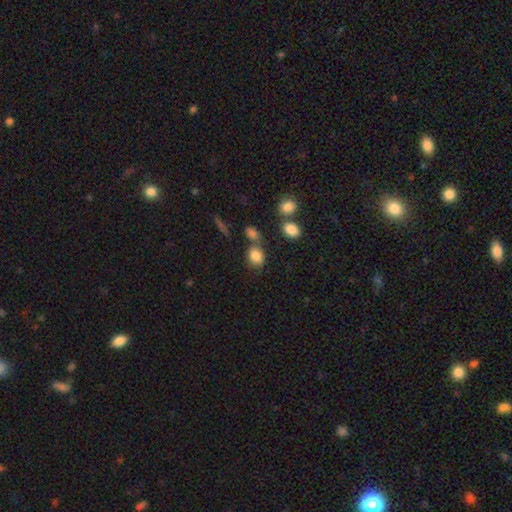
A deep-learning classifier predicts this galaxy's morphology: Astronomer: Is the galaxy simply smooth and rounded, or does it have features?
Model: smooth — 84%.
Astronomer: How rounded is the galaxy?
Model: in between — 60% (runner-up: round, 39%).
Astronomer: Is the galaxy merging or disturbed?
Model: none — 56%.